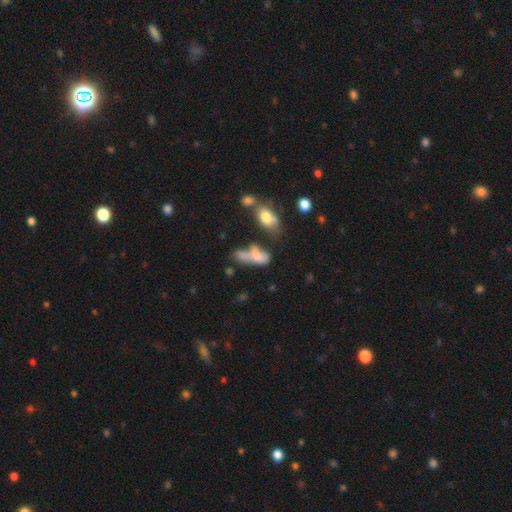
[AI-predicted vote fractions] smooth 64%, featured or disk 24%, star or artifact 12%. Down the decision tree: how rounded — in between (74%); merging — merger (43%).